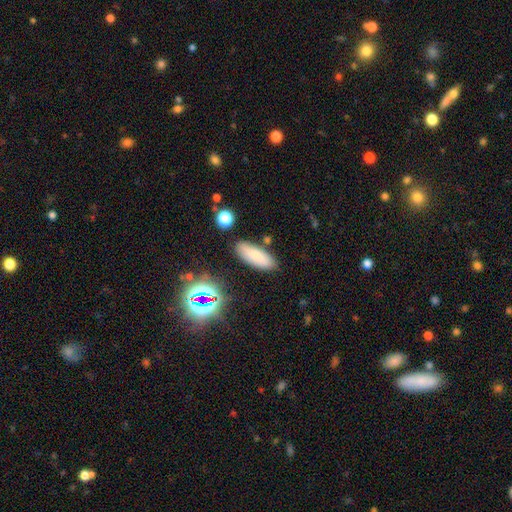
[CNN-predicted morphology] smooth_or_featured: smooth (p=0.75) [alt: featured or disk p=0.14]
how_rounded: in between (p=0.69) [alt: cigar-shaped p=0.28]
merging: none (p=0.82) [alt: minor disturbance p=0.11]